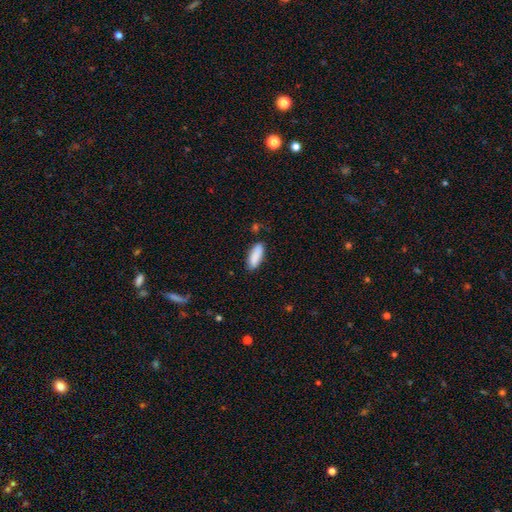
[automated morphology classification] This is clearly a smooth galaxy (89%). How rounded: likely in between (66%). Merging: clearly none (82%).